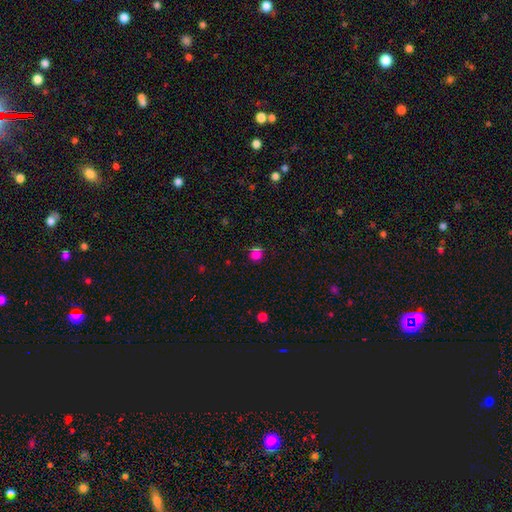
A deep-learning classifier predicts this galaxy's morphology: smooth_or_featured: smooth (p=0.64) [alt: star or artifact p=0.29]
how_rounded: round (p=0.86) [alt: in between p=0.13]
merging: none (p=0.73) [alt: minor disturbance p=0.12]